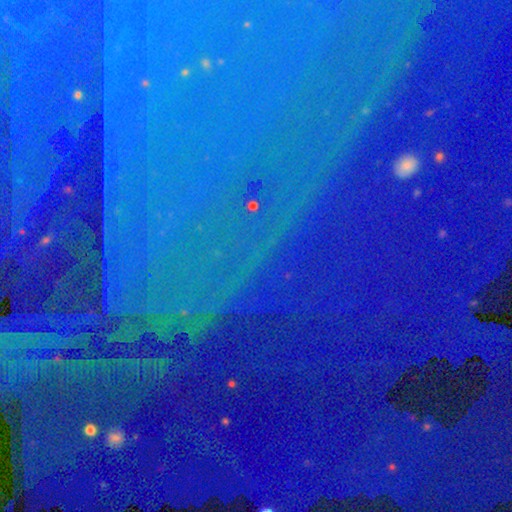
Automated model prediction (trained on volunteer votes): smooth_or_featured: star or artifact (p=0.87) [alt: featured or disk p=0.07]